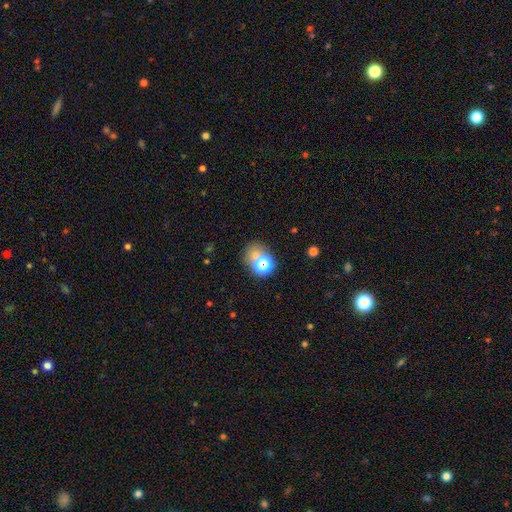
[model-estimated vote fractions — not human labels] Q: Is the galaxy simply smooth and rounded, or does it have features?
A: smooth — 64%.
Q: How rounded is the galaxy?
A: round — 66%.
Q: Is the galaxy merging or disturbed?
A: none — 50%.